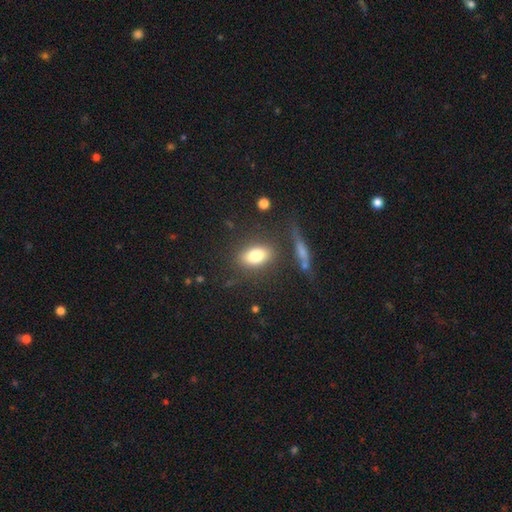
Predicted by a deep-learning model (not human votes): Morphology: type=smooth (79%); roundness=in between (84%); merging=none (77%).